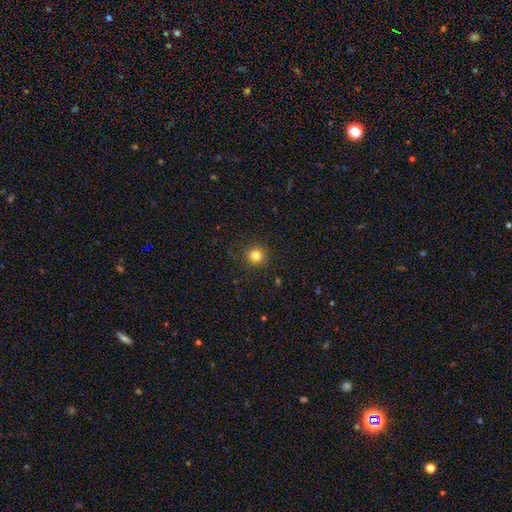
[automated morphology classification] A smooth galaxy with no disk features (82%) that is round (95%).

Vote fractions:
- Smooth or featured? smooth: 82% / star or artifact: 13% / featured or disk: 5%
- How rounded? round: 95% / in between: 4% / cigar-shaped: 1%
- Merging? none: 90% / minor disturbance: 6% / major disturbance: 2% / merger: 1%